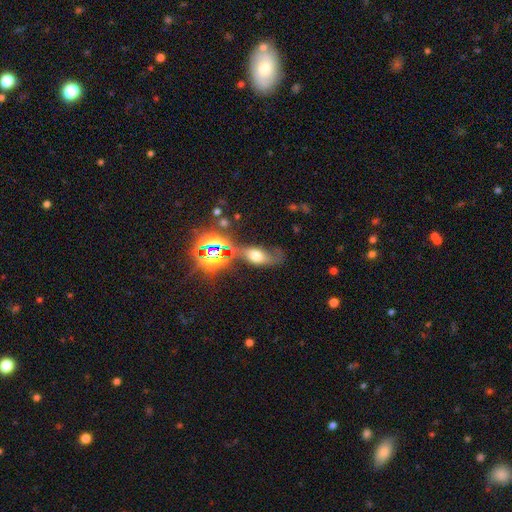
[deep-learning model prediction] A smooth galaxy with no disk features (40%). Merging: none (42%).